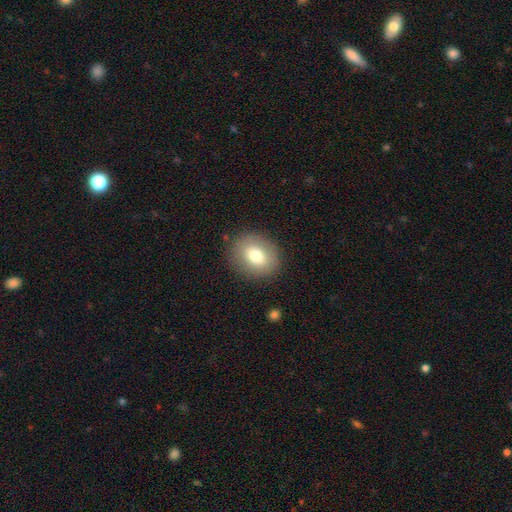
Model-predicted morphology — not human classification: A smooth galaxy with no disk features (76%) that is round (52%). Merging: none (86%).